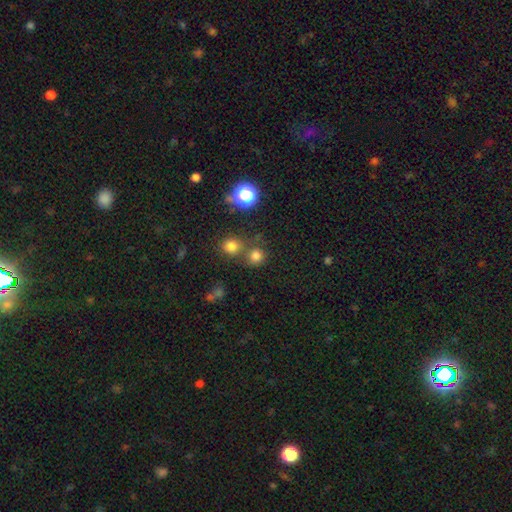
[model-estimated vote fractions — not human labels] A smooth galaxy with no disk features (74%) that is round (90%). Merging: none (65%).